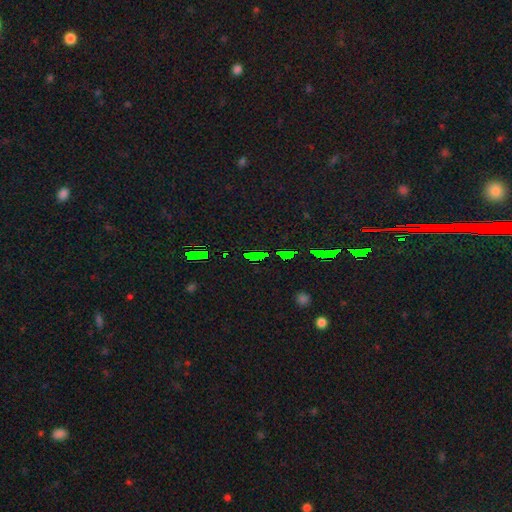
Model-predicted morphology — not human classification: Smooth or featured? star or artifact (73%)